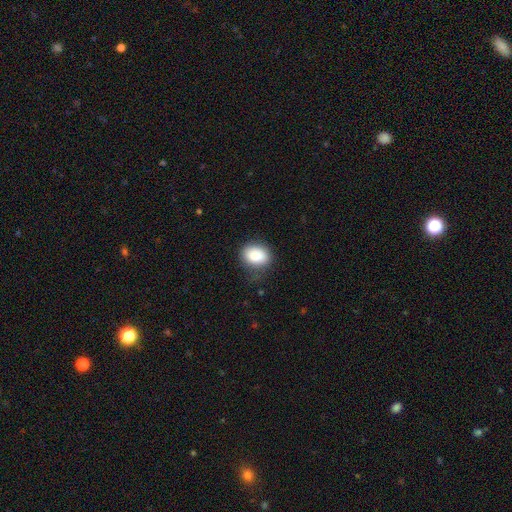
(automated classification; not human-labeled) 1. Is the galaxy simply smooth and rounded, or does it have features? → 85% smooth, 8% star or artifact, 7% featured or disk.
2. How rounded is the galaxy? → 63% in between, 36% round, 1% cigar-shaped.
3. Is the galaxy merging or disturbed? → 70% none, 22% minor disturbance, 6% major disturbance, 1% merger.